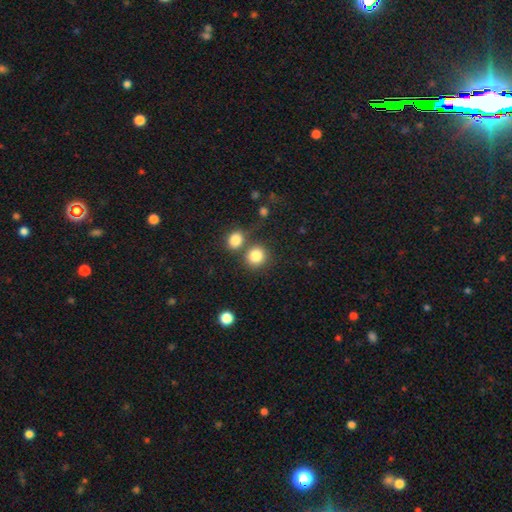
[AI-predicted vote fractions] Smooth or featured? Predicted: smooth (p=0.83). How rounded? Predicted: round (p=0.84). Merging? Predicted: none (p=0.64).